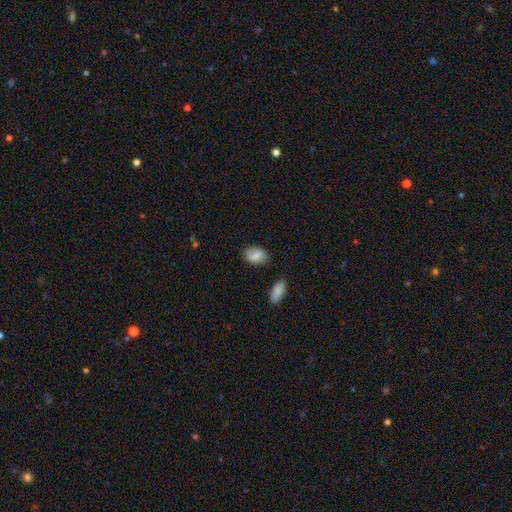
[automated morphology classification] Overall: smooth (74%). How rounded: in between (86%). Merging: none (73%).